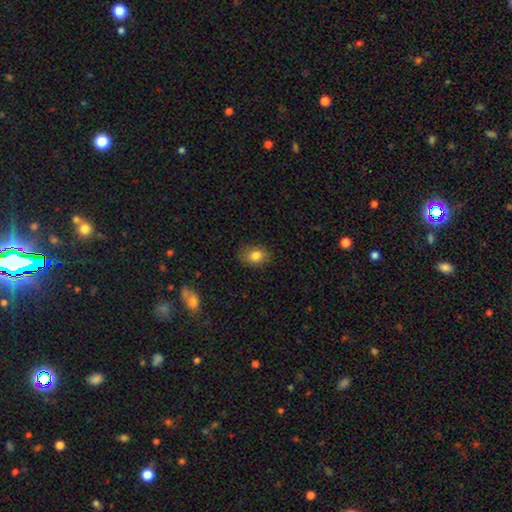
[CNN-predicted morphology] smooth-or-featured: smooth: 82% | star or artifact: 10% | featured or disk: 8%
  how-rounded: in between: 63% | round: 36% | cigar-shaped: 1%
  merging: none: 83% | minor disturbance: 13% | major disturbance: 3% | merger: 1%